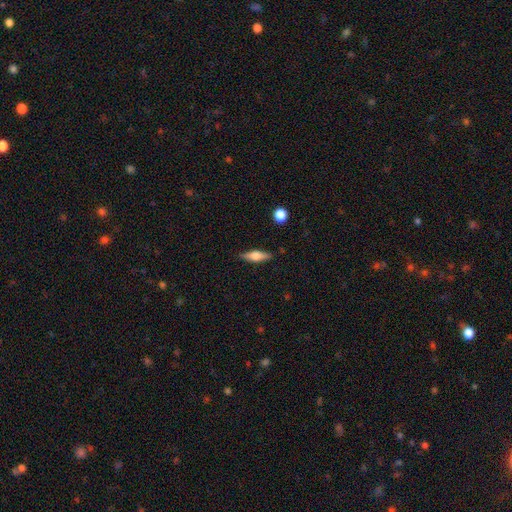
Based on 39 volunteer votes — Q: Smooth or featured?
A: smooth (54%); runner-up: featured or disk (46%)
Q: How rounded?
A: in between (57%); runner-up: cigar-shaped (43%)
Q: Merging?
A: none (92%); runner-up: minor disturbance (3%)